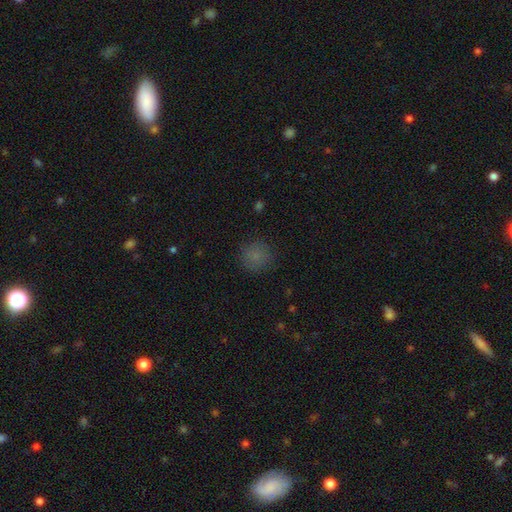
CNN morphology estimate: Q: Smooth or featured?
A: smooth (78%); runner-up: star or artifact (16%)
Q: How rounded?
A: round (91%); runner-up: in between (8%)
Q: Merging?
A: none (85%); runner-up: minor disturbance (10%)